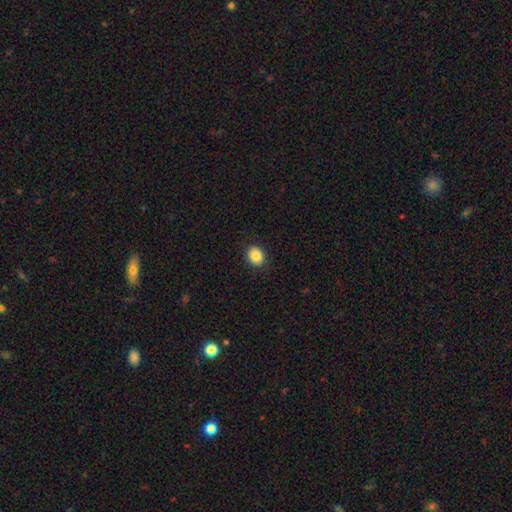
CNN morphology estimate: This is clearly a smooth galaxy (85%). How rounded: possibly in between (51%). Merging: clearly none (88%).